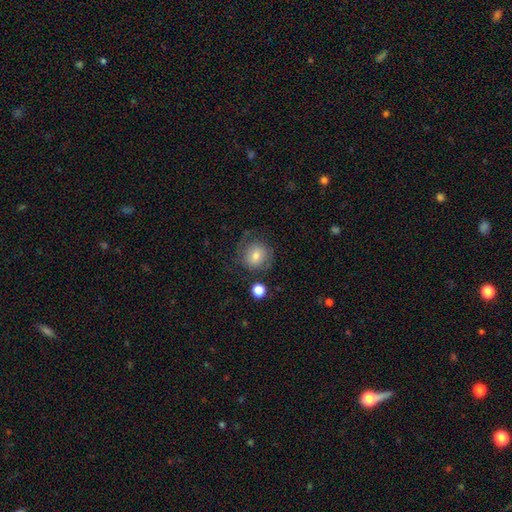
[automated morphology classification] A smooth galaxy with no disk features (61%) that is round (87%).

Vote fractions:
- Smooth or featured? smooth: 61% / featured or disk: 28% / star or artifact: 11%
- How rounded? round: 87% / in between: 12% / cigar-shaped: 1%
- Merging? none: 69% / minor disturbance: 17% / major disturbance: 11% / merger: 3%